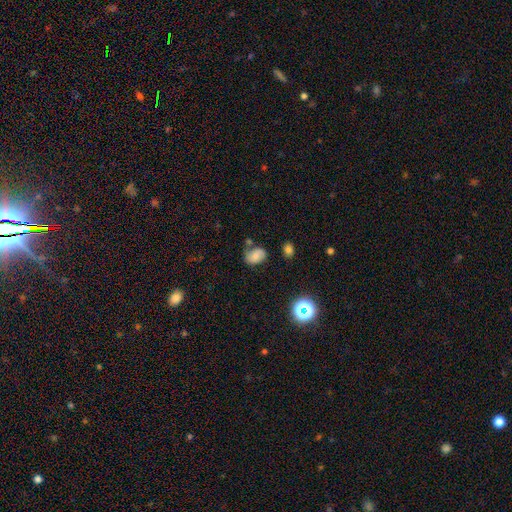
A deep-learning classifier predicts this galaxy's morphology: This appears to be a smooth galaxy with no disk features (66%) that is in between round and cigar-shaped (75%). Merging: none (56%).